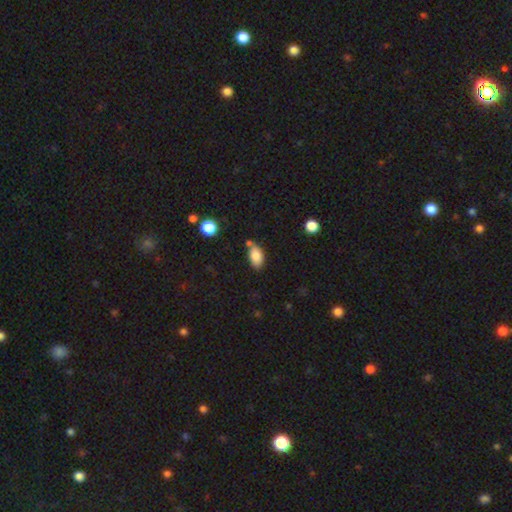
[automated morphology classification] Overall: smooth (85%). How rounded: in between (92%). Merging: none (63%).